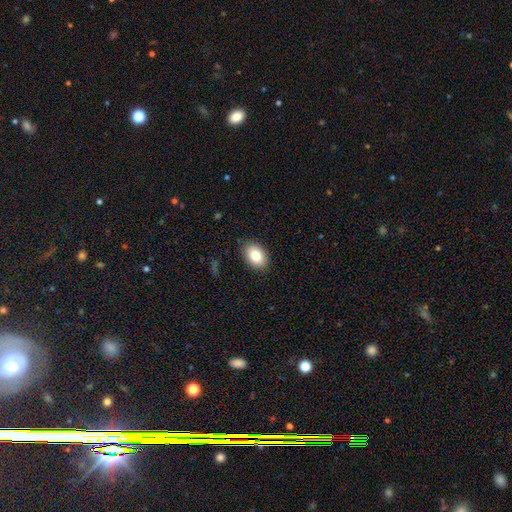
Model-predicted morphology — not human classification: Q: Smooth or featured?
A: smooth (83%); runner-up: featured or disk (9%)
Q: How rounded?
A: in between (83%); runner-up: round (16%)
Q: Merging?
A: none (88%); runner-up: minor disturbance (9%)